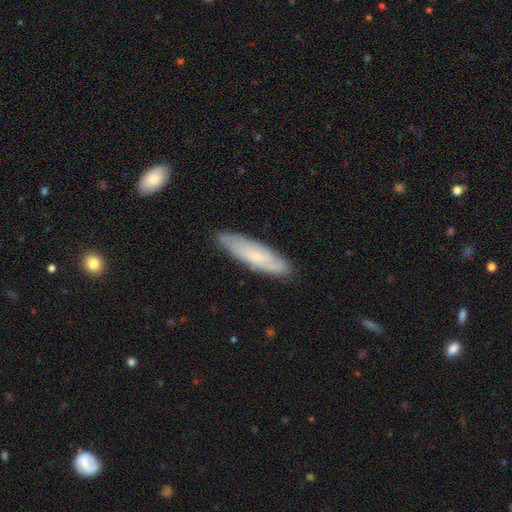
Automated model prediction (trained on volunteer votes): smooth_or_featured: smooth (p=0.55) [alt: featured or disk p=0.39]
how_rounded: cigar-shaped (p=0.67) [alt: in between p=0.31]
merging: none (p=0.81) [alt: minor disturbance p=0.15]